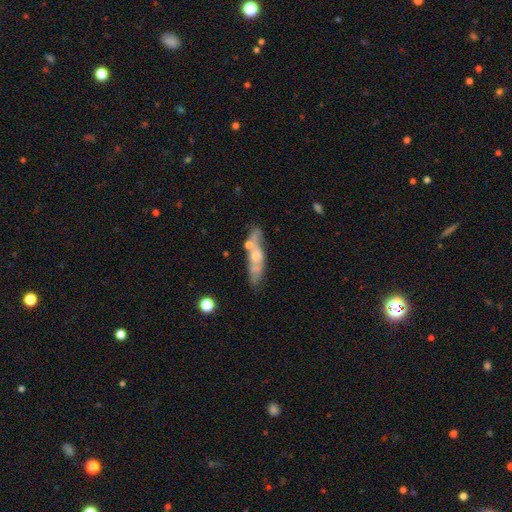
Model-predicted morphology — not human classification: featured or disk 52%, smooth 40%, star or artifact 8%. Down the decision tree: edge-on disk — no (55%); merging — none (56%).